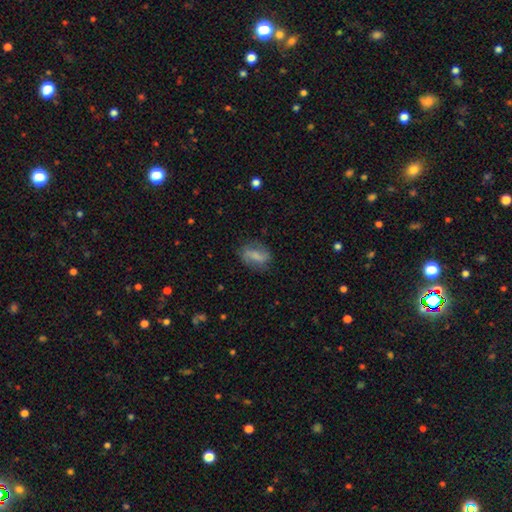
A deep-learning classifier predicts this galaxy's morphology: Smooth or featured: smooth — 54% (featured or disk — 38%)
How rounded: in between — 76% (round — 17%)
Merging: none — 73% (minor disturbance — 19%)